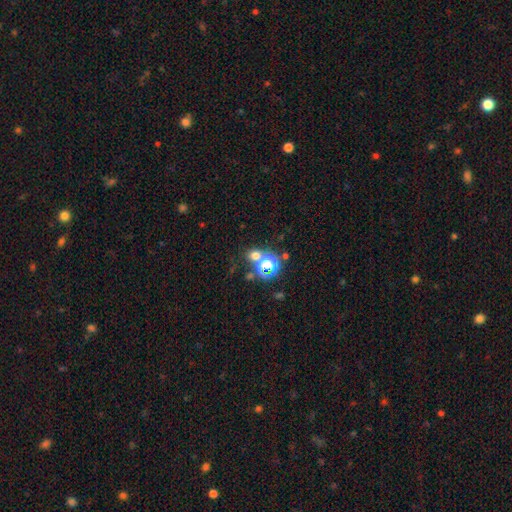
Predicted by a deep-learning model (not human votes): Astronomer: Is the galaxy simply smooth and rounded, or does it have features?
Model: smooth — 56% (runner-up: star or artifact, 37%).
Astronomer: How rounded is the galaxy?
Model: round — 79%.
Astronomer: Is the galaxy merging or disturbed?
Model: none — 65%.